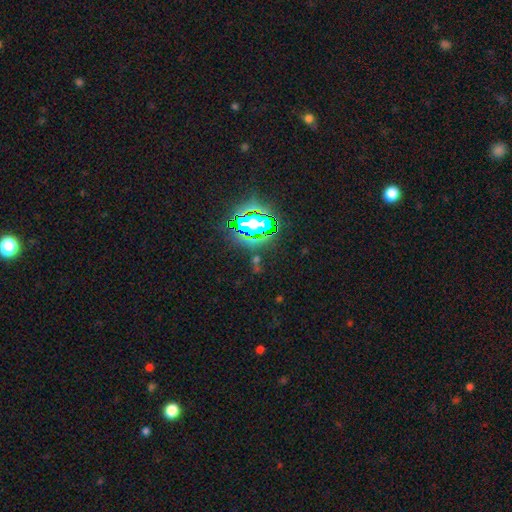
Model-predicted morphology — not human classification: Smooth or featured: star or artifact — 75% (smooth — 15%)